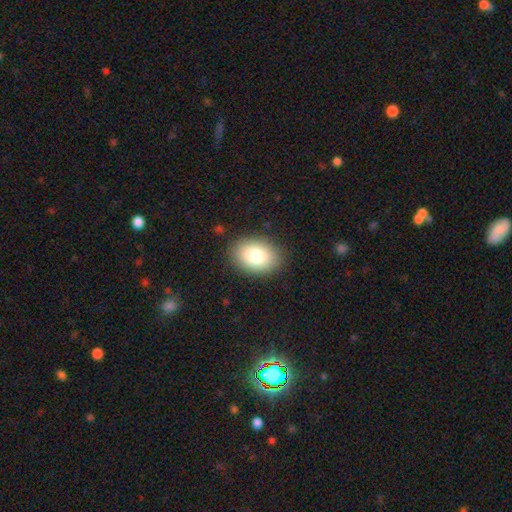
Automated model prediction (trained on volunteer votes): Smooth or featured: smooth — 83% (featured or disk — 9%)
How rounded: in between — 78% (round — 21%)
Merging: none — 87% (minor disturbance — 9%)